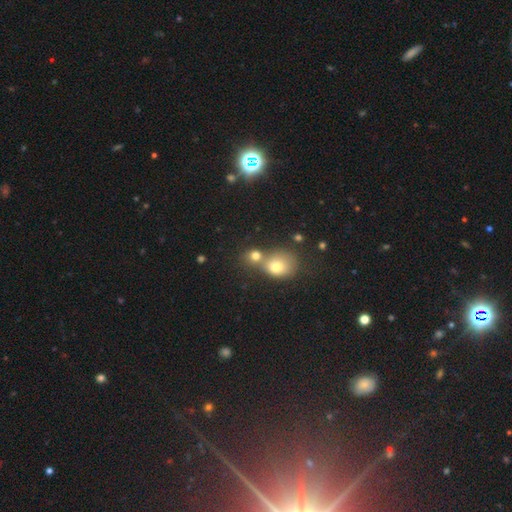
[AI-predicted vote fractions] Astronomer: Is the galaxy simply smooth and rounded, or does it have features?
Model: smooth — 75%.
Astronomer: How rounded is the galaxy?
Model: round — 75%.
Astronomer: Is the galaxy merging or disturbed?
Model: merger — 49% (runner-up: none, 39%).